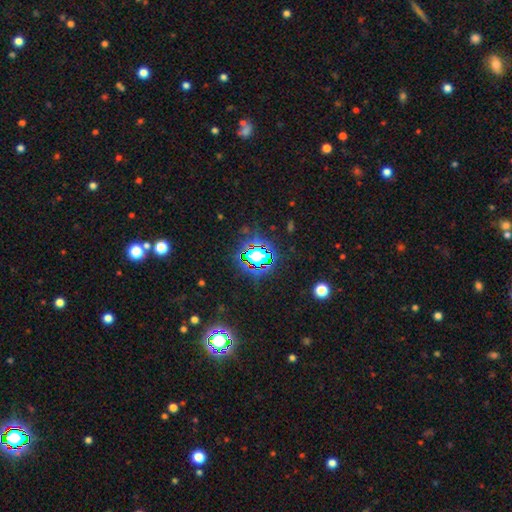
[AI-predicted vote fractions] Smooth or featured? star or artifact (70%)